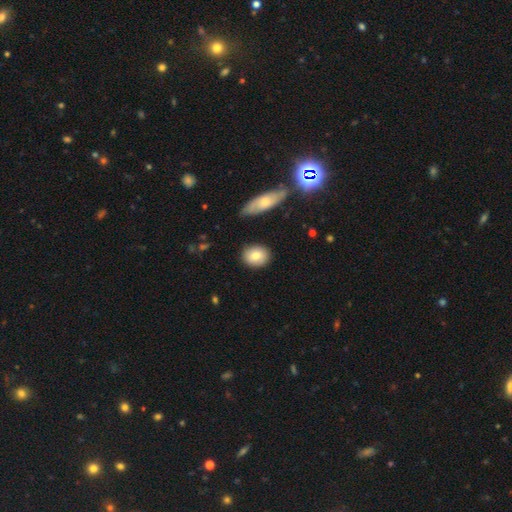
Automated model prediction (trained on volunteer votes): Smooth or featured: smooth — 80% (featured or disk — 13%)
How rounded: round — 60% (in between — 38%)
Merging: none — 86% (minor disturbance — 10%)